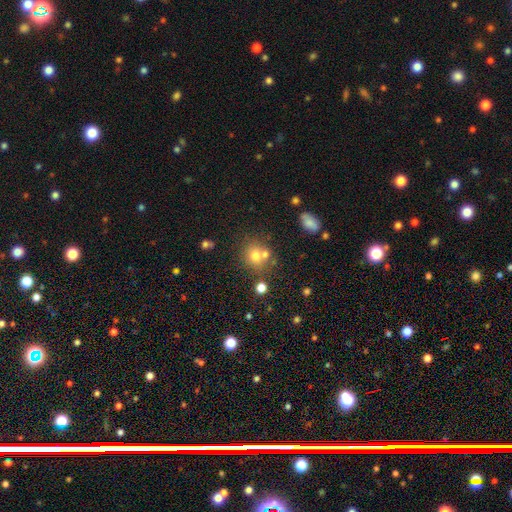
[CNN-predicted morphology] smooth-or-featured: smooth: 71% | star or artifact: 15% | featured or disk: 13%
  how-rounded: round: 79% | in between: 20% | cigar-shaped: 1%
  merging: none: 53% | merger: 31% | minor disturbance: 11% | major disturbance: 4%